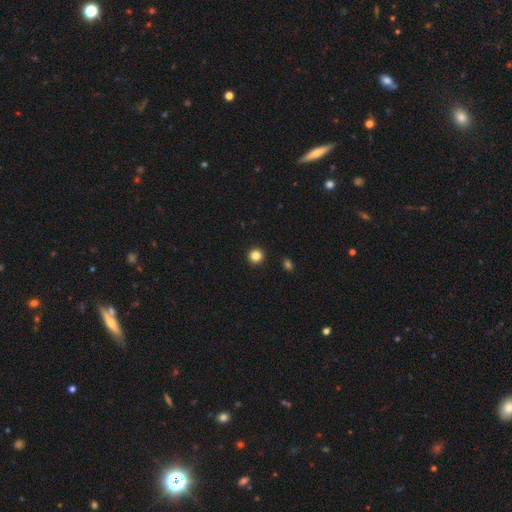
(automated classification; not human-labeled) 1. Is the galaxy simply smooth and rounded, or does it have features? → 85% smooth, 11% star or artifact, 4% featured or disk.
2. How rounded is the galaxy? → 94% round, 5% in between, 1% cigar-shaped.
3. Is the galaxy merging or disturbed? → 93% none, 4% minor disturbance, 2% major disturbance, 1% merger.